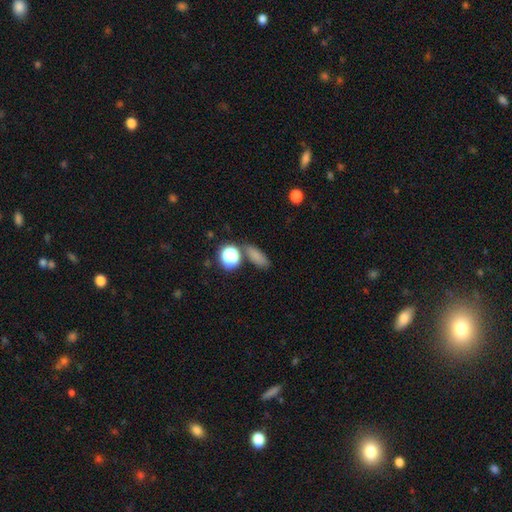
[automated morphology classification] Smooth or featured?
  - smooth: 77% *
  - star or artifact: 16%
  - featured or disk: 7%
How rounded?
  - in between: 61% *
  - cigar-shaped: 21%
  - round: 17%
Merging?
  - none: 77% *
  - minor disturbance: 10%
  - merger: 9%
  - major disturbance: 4%